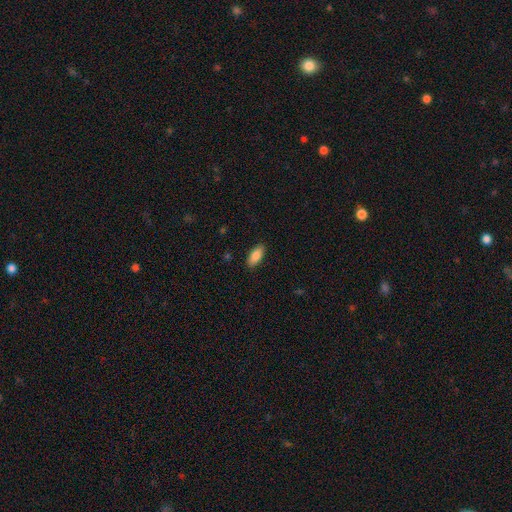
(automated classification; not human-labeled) A smooth galaxy with no disk features (86%) that is in between round and cigar-shaped (83%). Merging: none (88%).